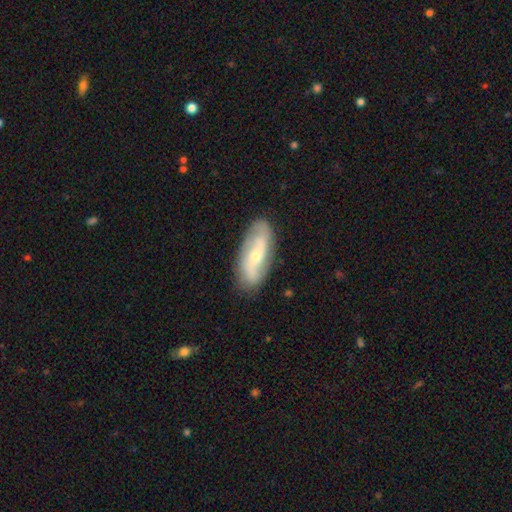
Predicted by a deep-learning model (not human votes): featured or disk 70%, smooth 24%, star or artifact 6%. Down the decision tree: edge-on disk — no (90%); bar — no (47%); spiral arms — yes (89%); spiral arm count — 2 (83%); spiral winding — loose (46%); bulge size — small (59%); merging — none (84%).